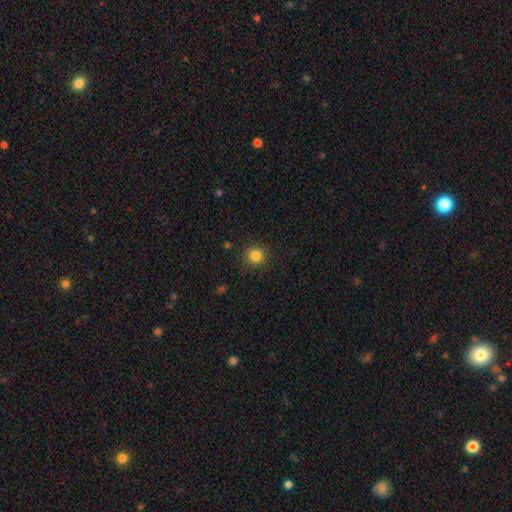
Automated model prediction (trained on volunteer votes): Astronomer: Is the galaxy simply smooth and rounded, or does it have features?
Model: smooth — 84%.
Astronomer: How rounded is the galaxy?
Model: round — 94%.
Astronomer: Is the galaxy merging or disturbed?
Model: none — 91%.